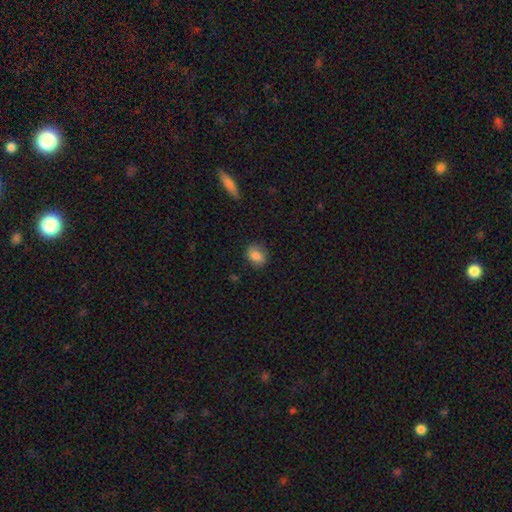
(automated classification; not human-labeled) smooth 84%, star or artifact 9%, featured or disk 7%. Down the decision tree: how rounded — in between (59%); merging — none (81%).